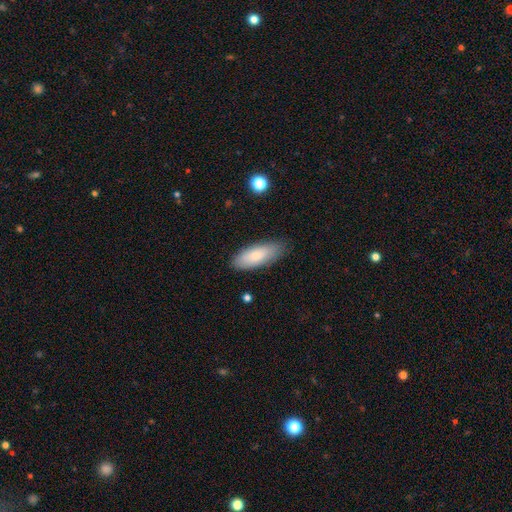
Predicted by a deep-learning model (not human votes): Morphology: type=smooth (80%); roundness=in between (74%); merging=none (80%).